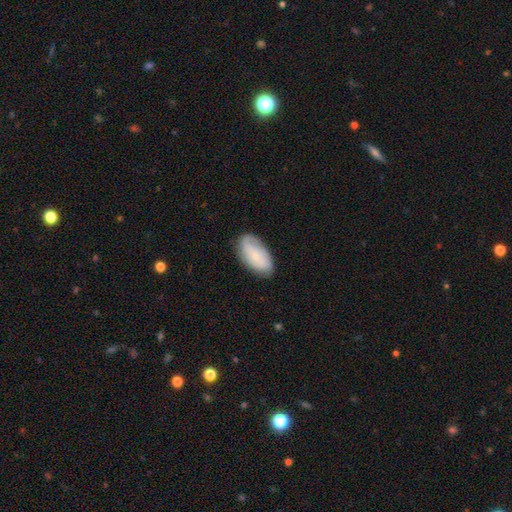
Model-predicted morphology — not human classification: type=smooth (54%); roundness=in between (93%); merging=none (74%).